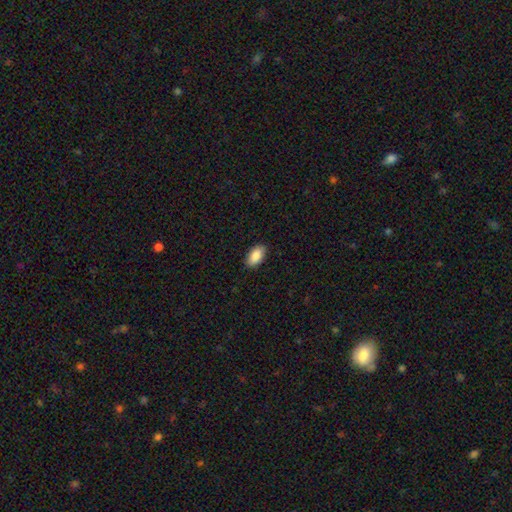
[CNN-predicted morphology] Q: Smooth or featured?
A: smooth (89%); runner-up: star or artifact (6%)
Q: How rounded?
A: in between (94%); runner-up: round (3%)
Q: Merging?
A: none (89%); runner-up: minor disturbance (9%)